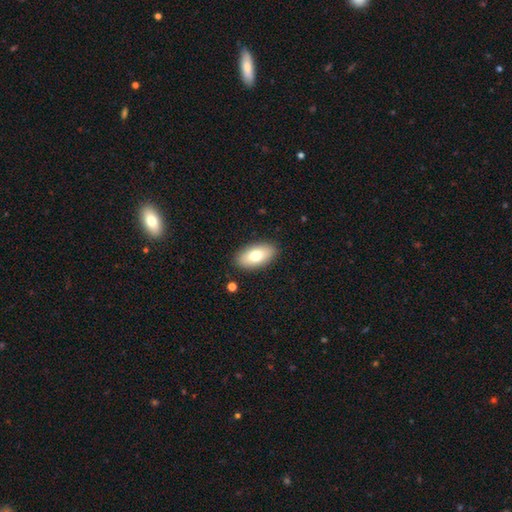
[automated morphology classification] Smooth or featured: smooth — 75% (featured or disk — 18%)
How rounded: in between — 93% (cigar-shaped — 4%)
Merging: none — 89% (minor disturbance — 8%)